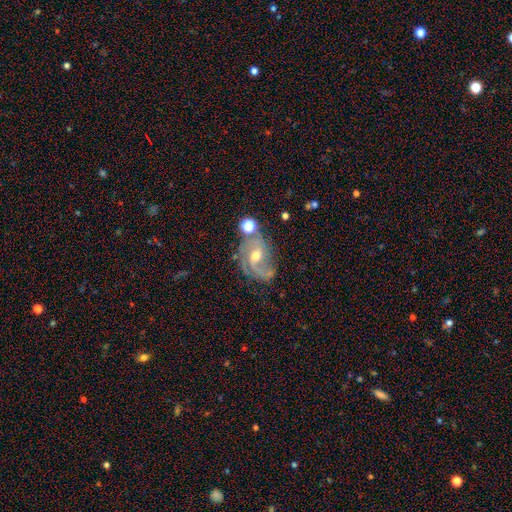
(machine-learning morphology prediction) Overall: featured or disk (80%). Edge-on disk: no (97%). Bar: no (48%; weak 41%). Spiral arms: yes (94%). Spiral arm count: 2 (59%). Spiral winding: medium (48%; tight 28%). Bulge size: moderate (60%; small 35%). Merging: none (57%; minor disturbance 21%).